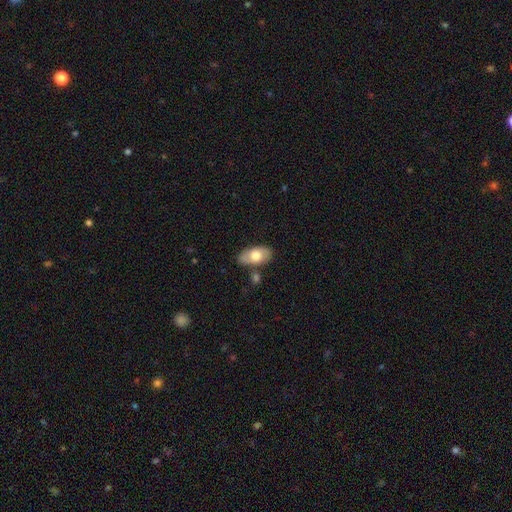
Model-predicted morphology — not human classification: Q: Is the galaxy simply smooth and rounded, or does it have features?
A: smooth — 69%.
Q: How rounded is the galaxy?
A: in between — 93%.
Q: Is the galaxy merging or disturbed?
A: none — 75%.